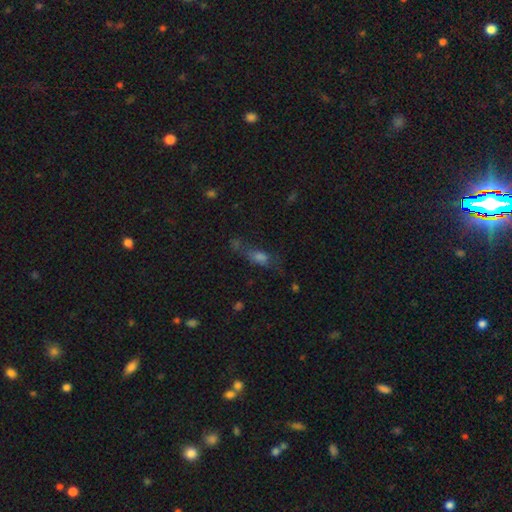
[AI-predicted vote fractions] This is marginally a smooth galaxy (44%). Merging: possibly none (50%).